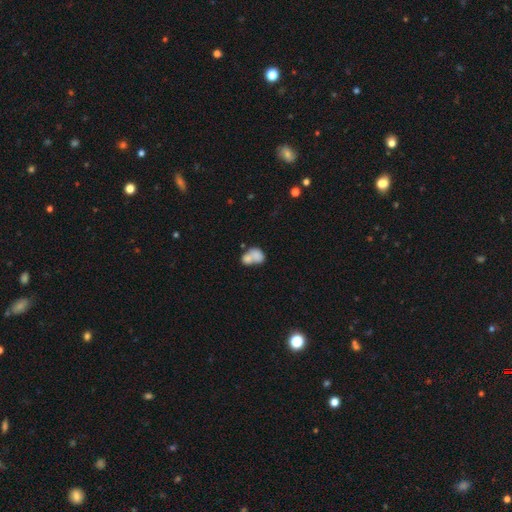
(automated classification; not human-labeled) Overall: smooth (73%). How rounded: in between (63%; round 36%). Merging: merger (64%).